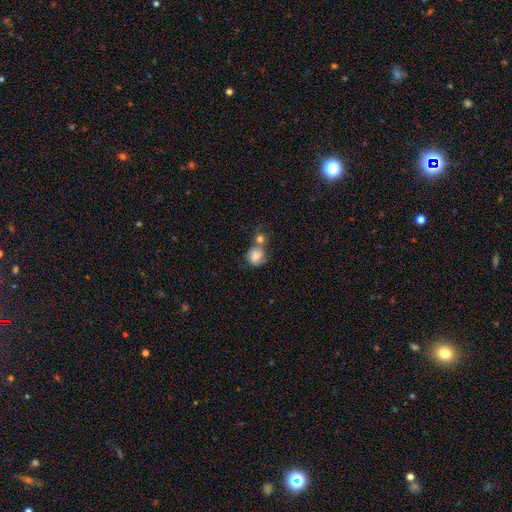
smooth-or-featured: smooth: 66% | featured or disk: 26% | star or artifact: 8%
  how-rounded: round: 92% | in between: 8% | cigar-shaped: 0%
  merging: none: 51% | merger: 34% | minor disturbance: 14% | major disturbance: 0%